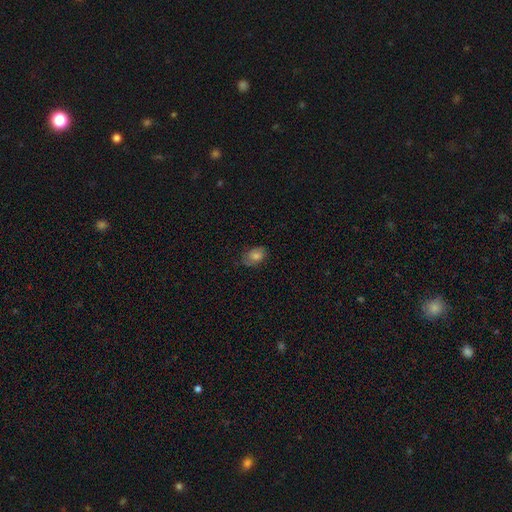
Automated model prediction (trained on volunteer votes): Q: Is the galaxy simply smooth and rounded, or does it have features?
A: smooth — 59%.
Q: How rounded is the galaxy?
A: in between — 73%.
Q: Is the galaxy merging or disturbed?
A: none — 70%.